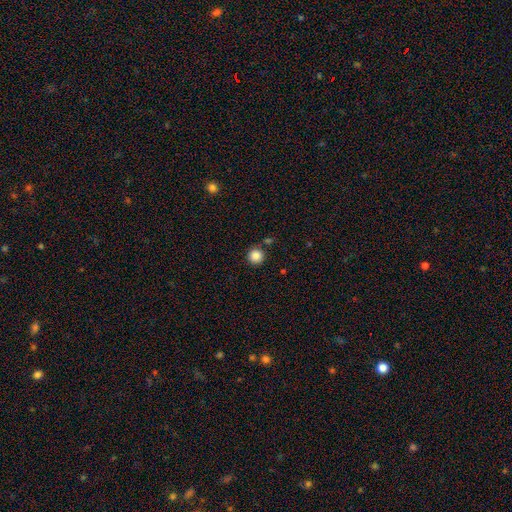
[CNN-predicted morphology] This is clearly a smooth galaxy (86%). How rounded: clearly round (95%). Merging: clearly none (84%).